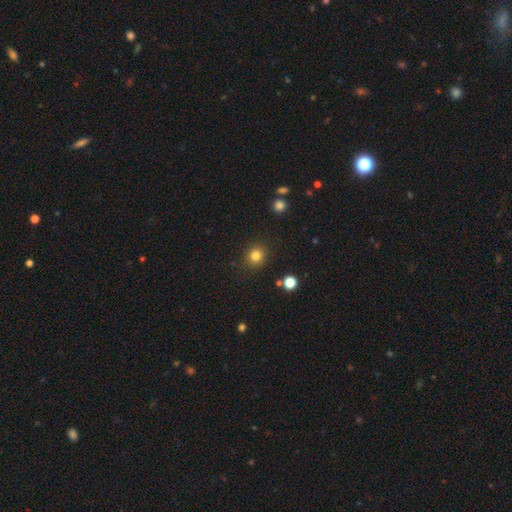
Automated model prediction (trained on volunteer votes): This appears to be a smooth galaxy with no disk features (82%) that is round (87%). Merging: none (89%).